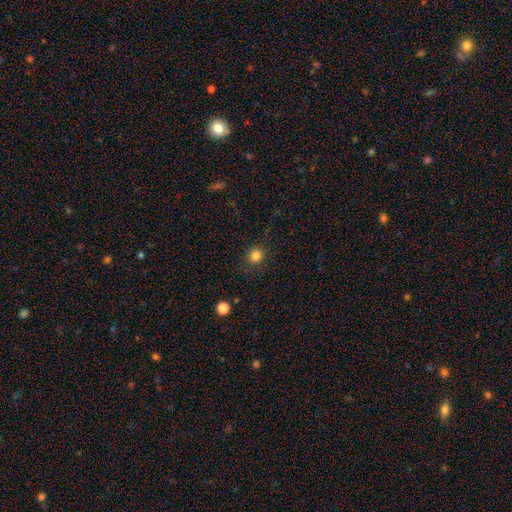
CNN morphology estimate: The model was most divided on "smooth or featured": smooth: 83%, star or artifact: 13%, featured or disk: 5%. More confident: how rounded — round (90%); merging — none (87%).